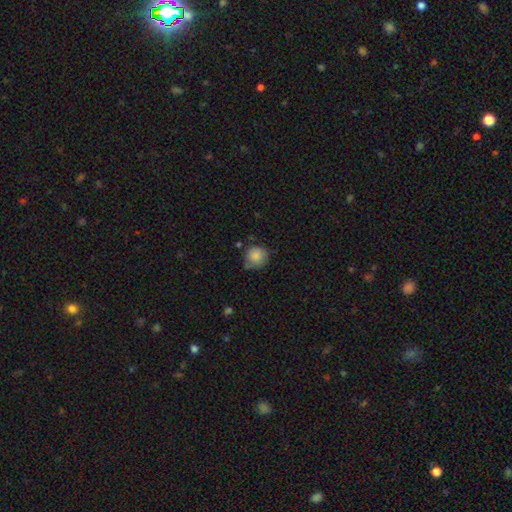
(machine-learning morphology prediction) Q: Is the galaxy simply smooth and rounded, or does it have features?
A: smooth — 85%.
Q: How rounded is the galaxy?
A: round — 90%.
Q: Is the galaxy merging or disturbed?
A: none — 66%.